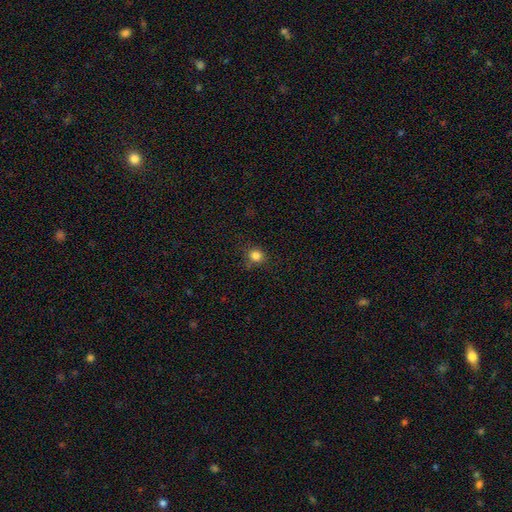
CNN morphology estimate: A smooth galaxy with no disk features (82%) that is round (86%).

Vote fractions:
- Smooth or featured? smooth: 82% / star or artifact: 13% / featured or disk: 4%
- How rounded? round: 86% / in between: 13% / cigar-shaped: 1%
- Merging? none: 82% / minor disturbance: 12% / major disturbance: 4% / merger: 2%